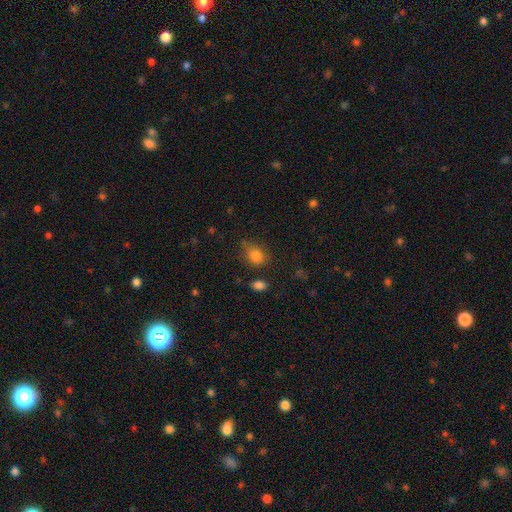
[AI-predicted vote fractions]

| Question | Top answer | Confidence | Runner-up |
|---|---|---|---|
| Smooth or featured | smooth | 83% | star or artifact (12%) |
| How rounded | in between | 50% | round (48%) |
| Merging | none | 65% | minor disturbance (24%) |